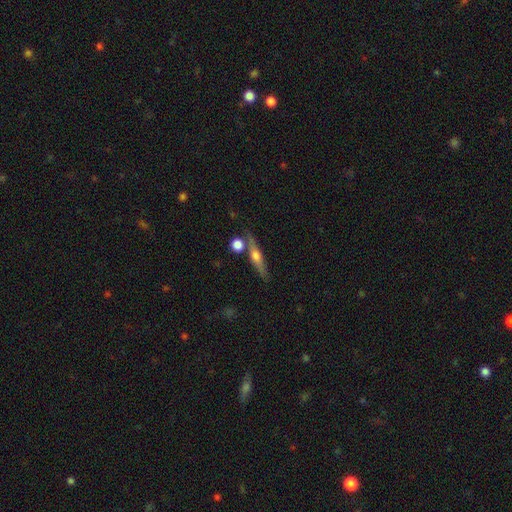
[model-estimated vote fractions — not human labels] Smooth or featured?
  - featured or disk: 56% *
  - smooth: 35%
  - star or artifact: 8%
Edge-on disk?
  - yes: 92% *
  - no: 8%
Edge-on bulge?
  - rounded: 88% *
  - boxy: 6%
  - none: 6%
Merging?
  - none: 71% *
  - merger: 14%
  - minor disturbance: 11%
  - major disturbance: 4%